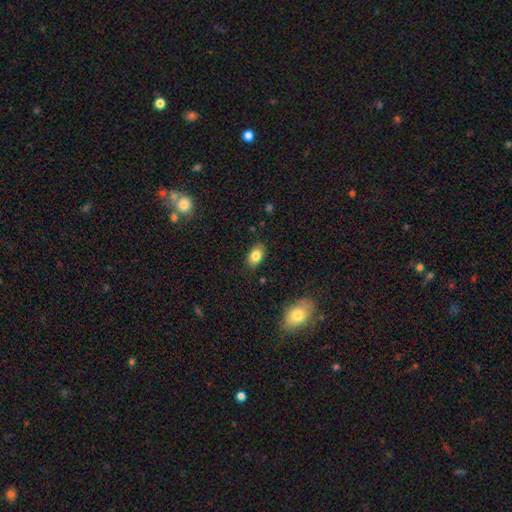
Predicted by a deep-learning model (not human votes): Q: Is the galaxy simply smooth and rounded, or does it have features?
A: smooth — 84%.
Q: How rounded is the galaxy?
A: in between — 86%.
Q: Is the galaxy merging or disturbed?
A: none — 85%.